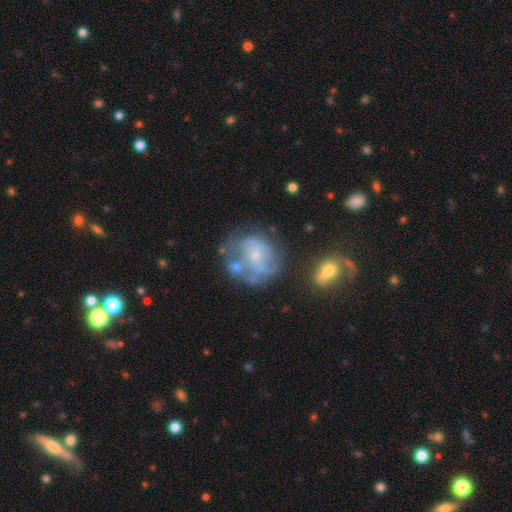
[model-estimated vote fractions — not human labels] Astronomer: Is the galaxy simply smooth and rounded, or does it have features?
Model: featured or disk — 61%.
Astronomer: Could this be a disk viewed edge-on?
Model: no — 97%.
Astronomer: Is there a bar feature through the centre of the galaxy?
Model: no — 69%.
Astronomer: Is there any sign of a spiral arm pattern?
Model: yes — 51% (runner-up: no, 49%).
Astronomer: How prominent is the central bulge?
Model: small — 57%.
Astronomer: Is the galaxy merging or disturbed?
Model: none — 46% (runner-up: minor disturbance, 22%).